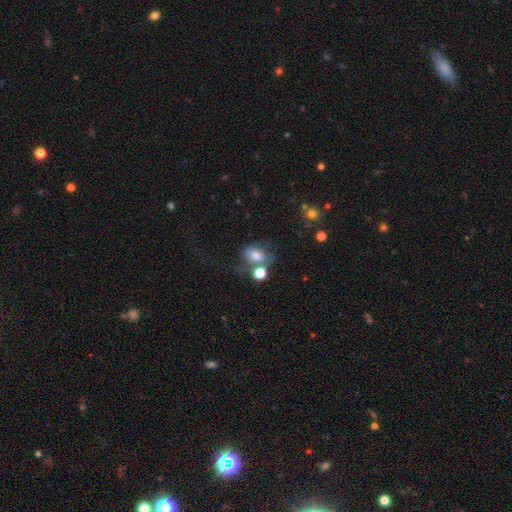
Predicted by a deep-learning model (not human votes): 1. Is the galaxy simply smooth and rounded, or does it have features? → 70% smooth, 18% featured or disk, 12% star or artifact.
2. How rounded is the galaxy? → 71% in between, 28% round, 2% cigar-shaped.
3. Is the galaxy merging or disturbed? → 30% none (tied), 30% merger (tied), 21% major disturbance, 19% minor disturbance.